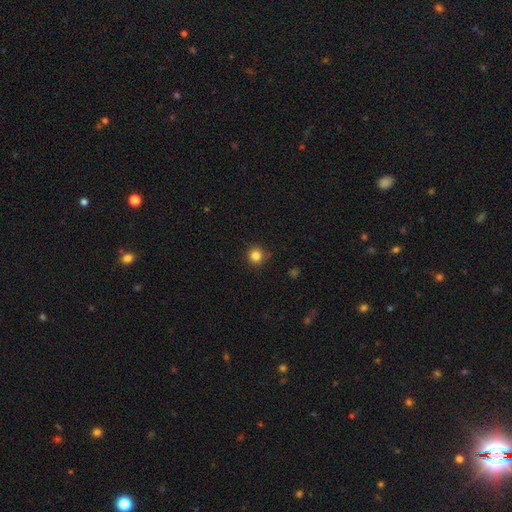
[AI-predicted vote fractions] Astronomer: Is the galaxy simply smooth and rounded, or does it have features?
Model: smooth — 83%.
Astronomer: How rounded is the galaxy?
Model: round — 94%.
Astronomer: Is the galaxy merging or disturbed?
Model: none — 87%.